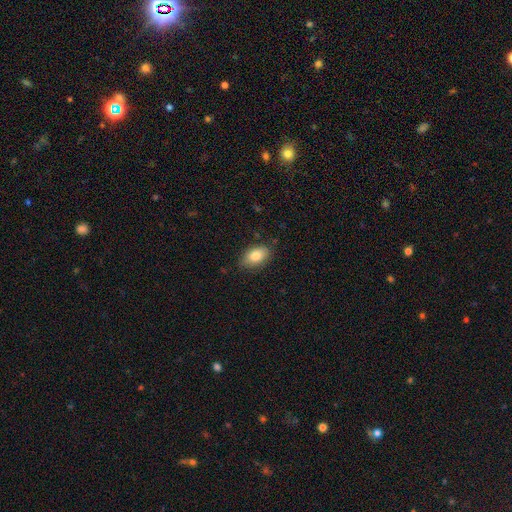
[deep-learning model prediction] The model was most divided on "merging": none: 84%, minor disturbance: 13%, major disturbance: 2%, merger: 1%. More confident: how rounded — in between (89%); smooth or featured — smooth (82%).